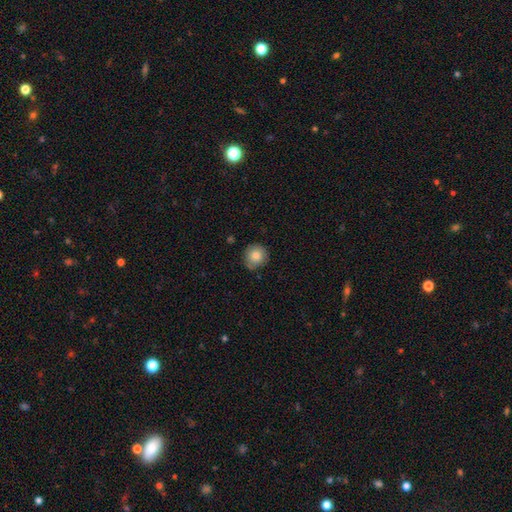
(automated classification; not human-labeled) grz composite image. It shows a smooth galaxy with no disk features (83%) that is round (92%). Merging: none (81%).